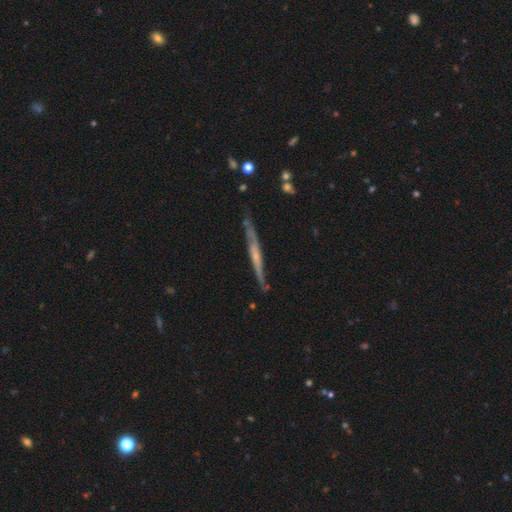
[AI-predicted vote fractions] Smooth or featured? featured or disk (67%)
Edge-on disk? yes (91%)
Edge-on bulge? none (59%)
Merging? none (73%)